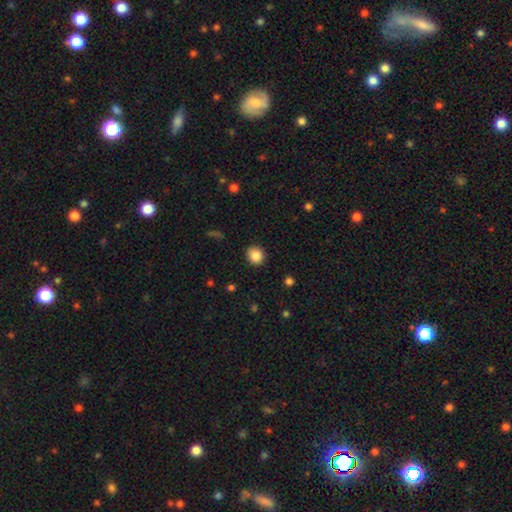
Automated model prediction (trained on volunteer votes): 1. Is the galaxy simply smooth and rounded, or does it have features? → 86% smooth, 10% star or artifact, 4% featured or disk.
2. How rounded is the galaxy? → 77% round, 22% in between, 1% cigar-shaped.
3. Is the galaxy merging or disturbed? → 88% none, 8% minor disturbance, 2% major disturbance, 1% merger.